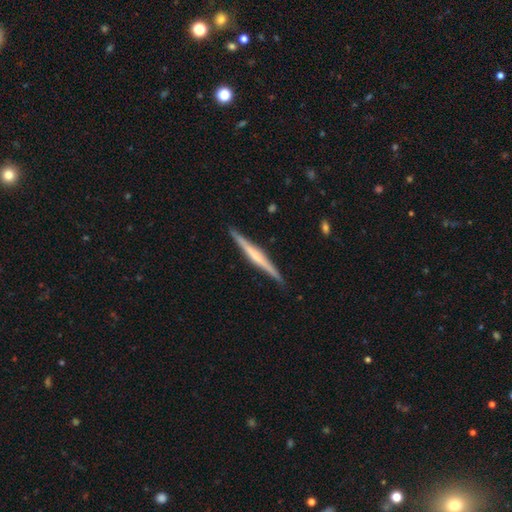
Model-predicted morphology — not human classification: featured or disk 69%, smooth 26%, star or artifact 5%. Down the decision tree: edge-on disk — yes (98%); edge-on bulge — rounded (47%); merging — none (90%).